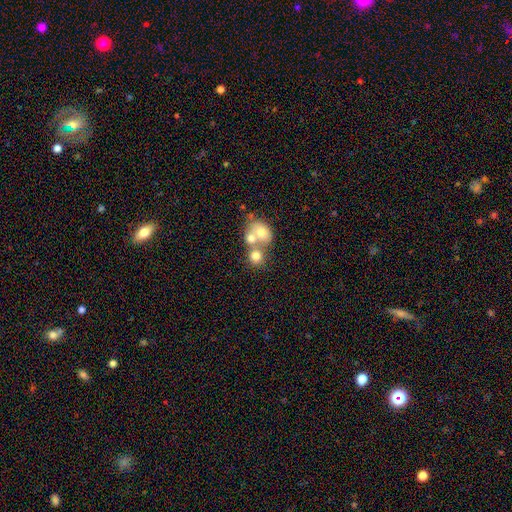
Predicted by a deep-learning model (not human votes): Smooth or featured?
  - smooth: 69% *
  - featured or disk: 19%
  - star or artifact: 11%
How rounded?
  - round: 75% *
  - in between: 24%
  - cigar-shaped: 1%
Merging?
  - merger: 59% *
  - none: 31%
  - minor disturbance: 6%
  - major disturbance: 4%